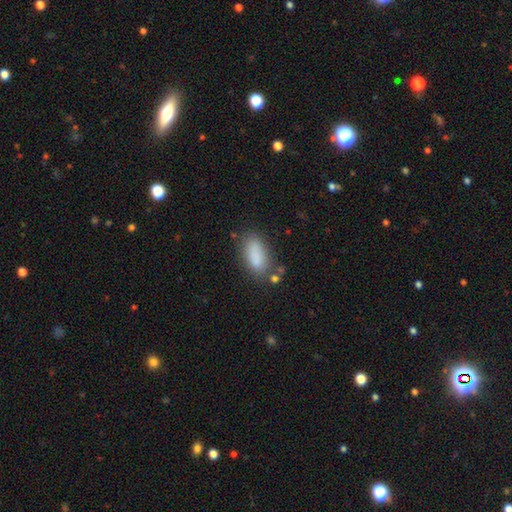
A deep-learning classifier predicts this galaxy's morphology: Smooth or featured? Predicted: smooth (p=0.85). How rounded? Predicted: in between (p=0.88). Merging? Predicted: none (p=0.70).